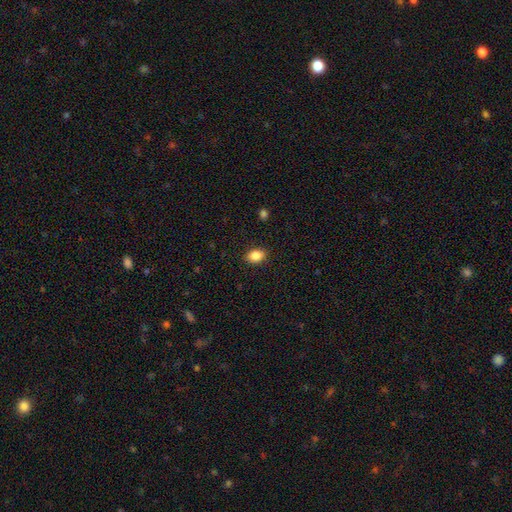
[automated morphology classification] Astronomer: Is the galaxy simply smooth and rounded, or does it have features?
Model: smooth — 86%.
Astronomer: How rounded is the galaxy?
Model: in between — 78%.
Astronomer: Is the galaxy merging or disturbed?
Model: none — 89%.